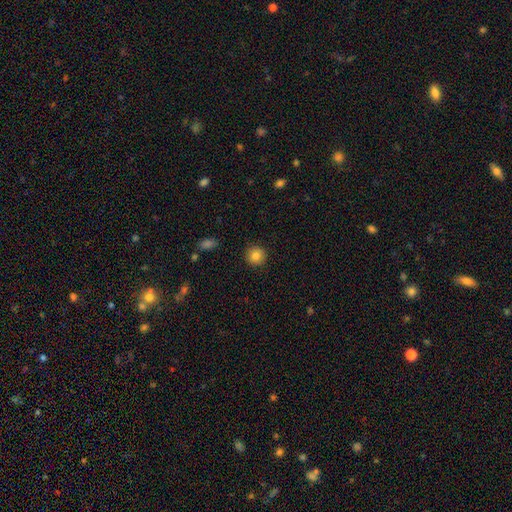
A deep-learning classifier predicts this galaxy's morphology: This is clearly a smooth galaxy (84%). How rounded: clearly round (94%). Merging: clearly none (91%).